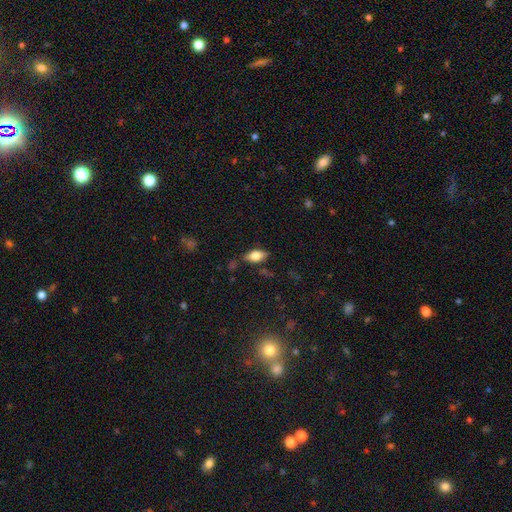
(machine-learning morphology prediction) A smooth galaxy with no disk features (70%) that is in between round and cigar-shaped (87%).

Vote fractions:
- Smooth or featured? smooth: 70% / featured or disk: 22% / star or artifact: 8%
- How rounded? in between: 87% / cigar-shaped: 8% / round: 5%
- Merging? none: 77% / minor disturbance: 16% / major disturbance: 4% / merger: 3%